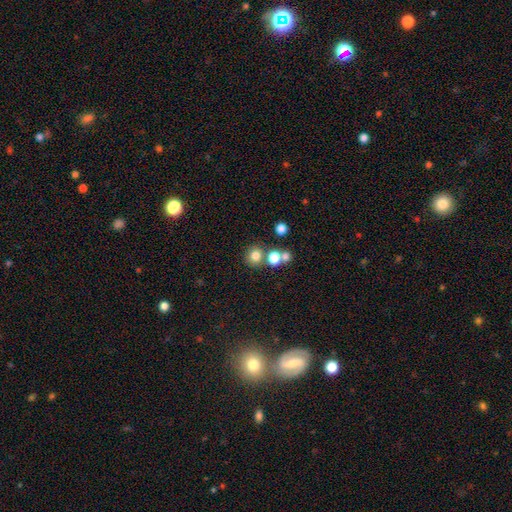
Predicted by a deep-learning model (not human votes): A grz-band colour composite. It shows a smooth galaxy with no disk features (77%) that is round (83%). Merging: none (64%).